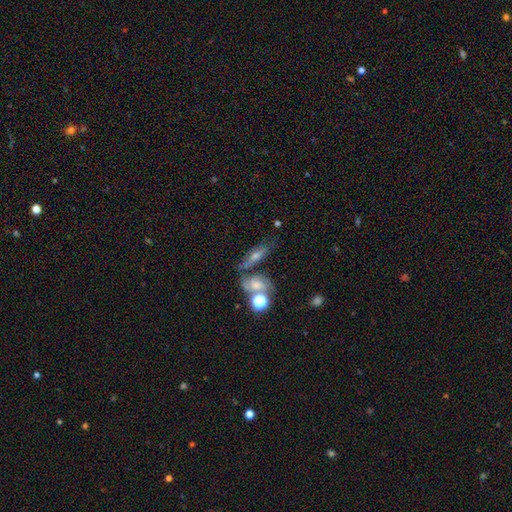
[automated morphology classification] smooth_or_featured: featured or disk (p=0.42) [alt: smooth p=0.39]
merging: none (p=0.49) [alt: merger p=0.26]